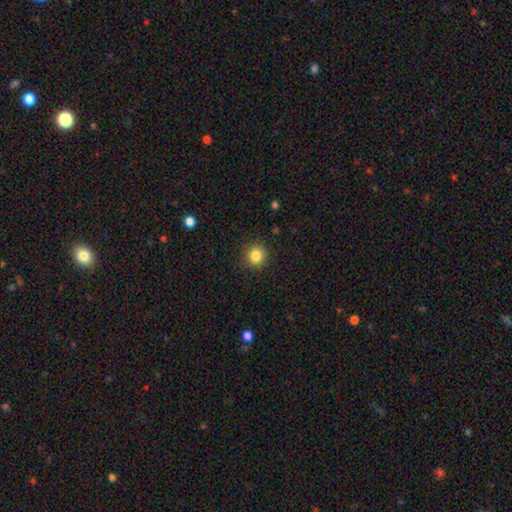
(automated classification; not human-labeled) Overall: smooth (83%). How rounded: round (90%). Merging: none (88%).